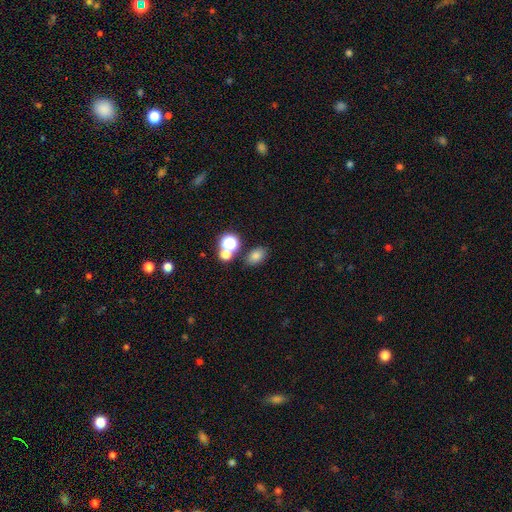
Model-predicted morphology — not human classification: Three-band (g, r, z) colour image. It shows a smooth galaxy with no disk features (75%) that is in between round and cigar-shaped (75%). Merging: none (72%).